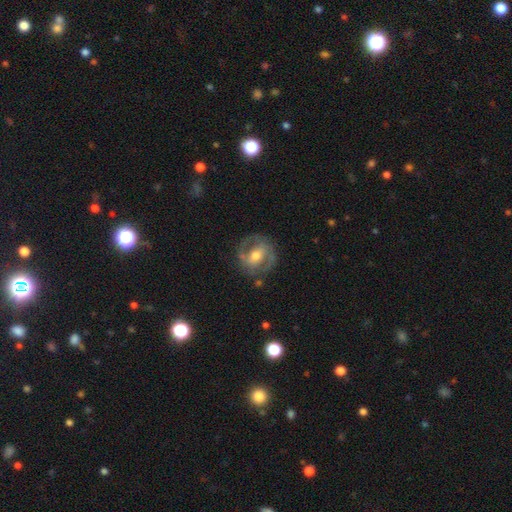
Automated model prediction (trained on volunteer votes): A featured or disk galaxy (73%) with a weak bar (41%), 2 (80%) medium (46%) spiral arms (73%) and a moderate central bulge (70%). Merging: none (78%).